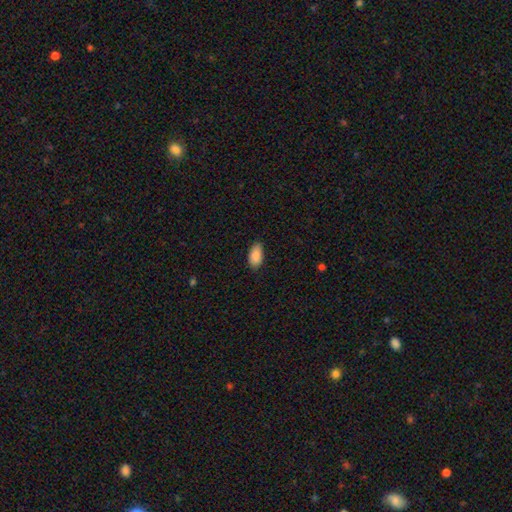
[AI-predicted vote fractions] Smooth or featured? smooth (89%)
How rounded? in between (93%)
Merging? none (81%)